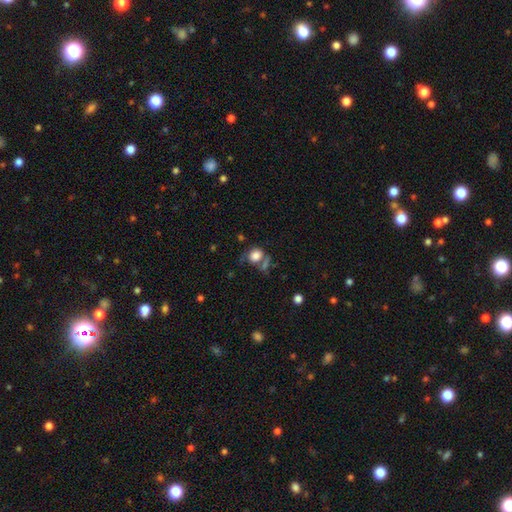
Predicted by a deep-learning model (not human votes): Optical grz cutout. It shows a smooth galaxy with no disk features (78%) that is round (67%). Merging: none (43%).